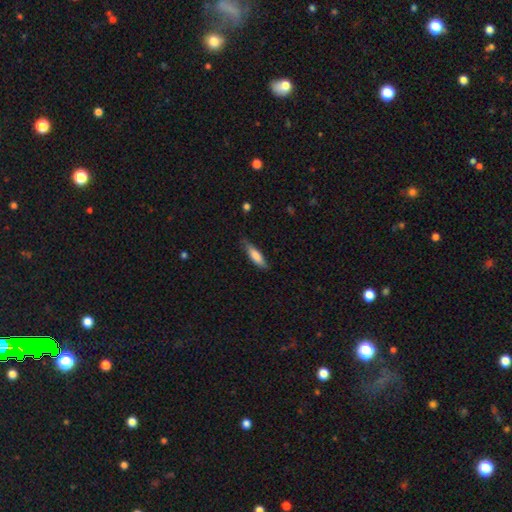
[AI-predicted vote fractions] Smooth or featured?
  - smooth: 79% *
  - featured or disk: 15%
  - star or artifact: 6%
How rounded?
  - cigar-shaped: 60% *
  - in between: 38%
  - round: 2%
Merging?
  - none: 72% *
  - minor disturbance: 23%
  - major disturbance: 4%
  - merger: 1%